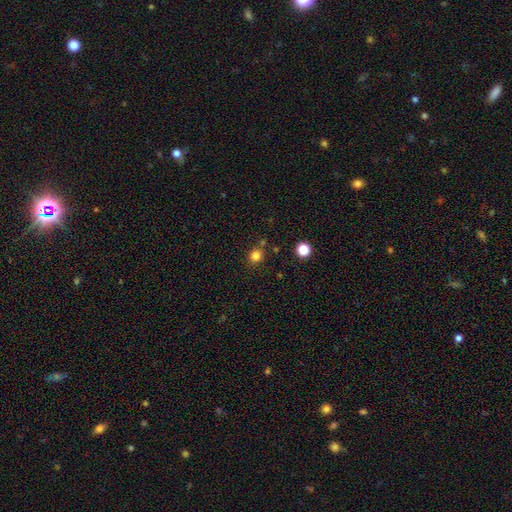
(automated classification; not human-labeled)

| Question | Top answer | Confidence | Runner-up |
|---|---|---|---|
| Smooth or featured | smooth | 81% | star or artifact (14%) |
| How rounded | round | 83% | in between (16%) |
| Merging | none | 81% | minor disturbance (10%) |